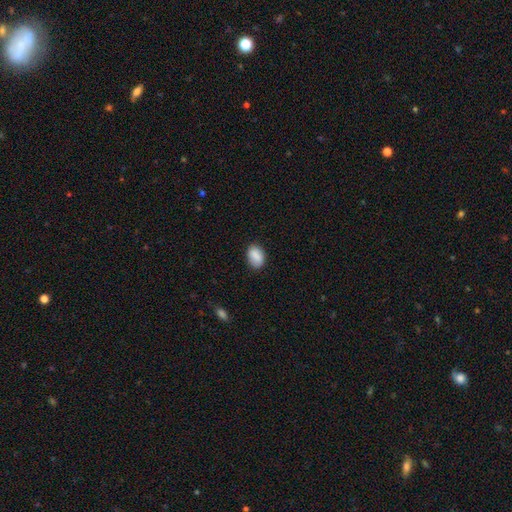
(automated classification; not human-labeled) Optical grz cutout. It shows a smooth galaxy with no disk features (87%) that is in between round and cigar-shaped (83%). Merging: none (83%).